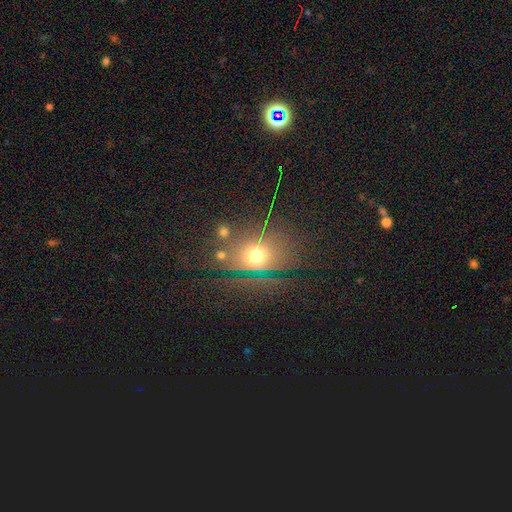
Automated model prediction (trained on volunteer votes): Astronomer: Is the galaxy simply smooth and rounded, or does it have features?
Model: smooth — 56%.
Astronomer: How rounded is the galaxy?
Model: in between — 48%, tied with round at 48%.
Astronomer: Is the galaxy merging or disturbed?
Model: none — 62%.